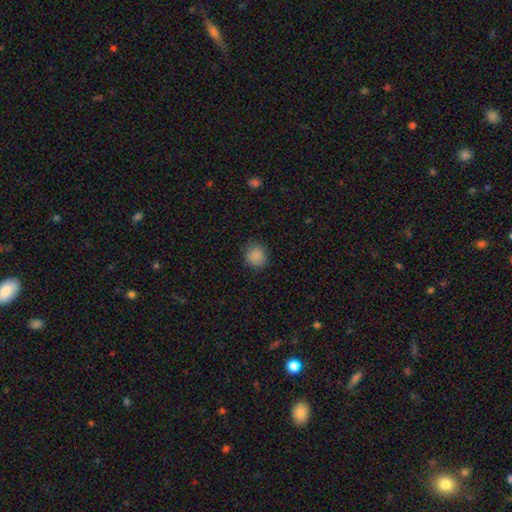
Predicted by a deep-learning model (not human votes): smooth-or-featured: smooth: 87% | star or artifact: 10% | featured or disk: 4%
  how-rounded: round: 87% | in between: 12% | cigar-shaped: 1%
  merging: none: 87% | minor disturbance: 10% | major disturbance: 3% | merger: 1%